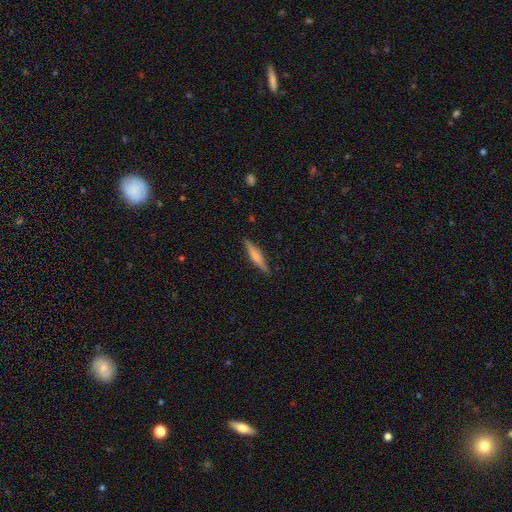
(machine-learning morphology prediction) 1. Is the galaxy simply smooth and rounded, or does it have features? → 48% smooth, 45% featured or disk, 6% star or artifact.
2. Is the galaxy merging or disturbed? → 88% none, 9% minor disturbance, 2% major disturbance, 1% merger.